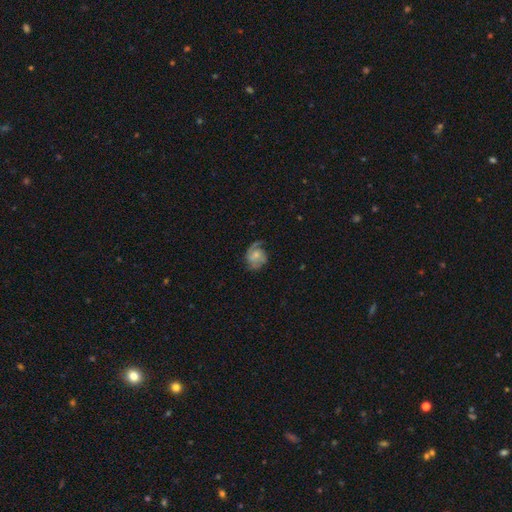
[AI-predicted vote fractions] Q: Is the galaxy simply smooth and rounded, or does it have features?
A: featured or disk — 65%.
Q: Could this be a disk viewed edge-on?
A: no — 98%.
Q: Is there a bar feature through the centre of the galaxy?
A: no — 63%.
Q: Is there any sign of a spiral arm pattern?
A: yes — 90%.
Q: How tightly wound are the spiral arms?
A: medium — 45%.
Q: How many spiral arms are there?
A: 2 — 59%.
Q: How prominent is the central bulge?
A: small — 49%.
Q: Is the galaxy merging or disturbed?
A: none — 58%.